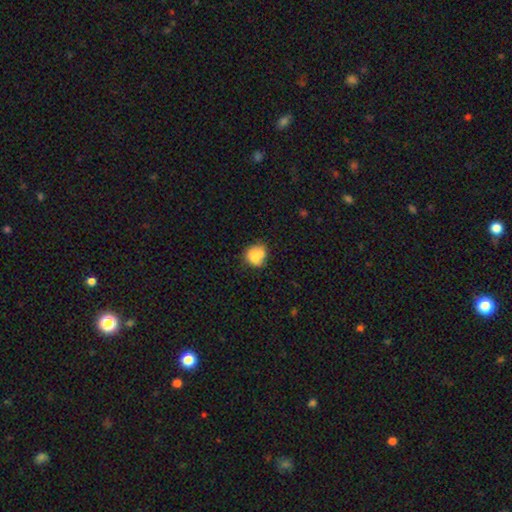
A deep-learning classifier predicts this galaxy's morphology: This is likely a smooth galaxy (61%). How rounded: likely round (65%). Merging: marginally merger (42%).